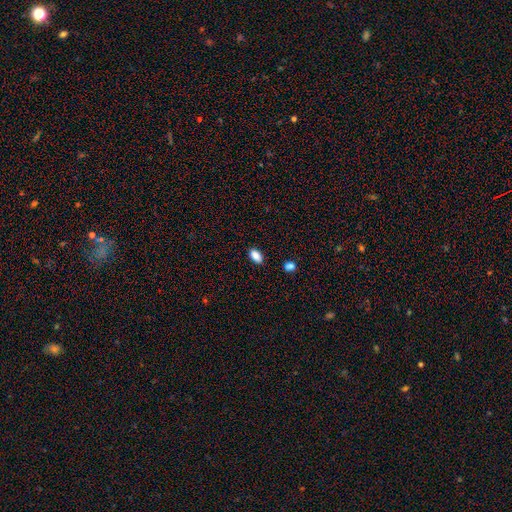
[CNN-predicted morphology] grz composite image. It shows a smooth galaxy with no disk features (87%) that is in between round and cigar-shaped (91%). Merging: none (86%).